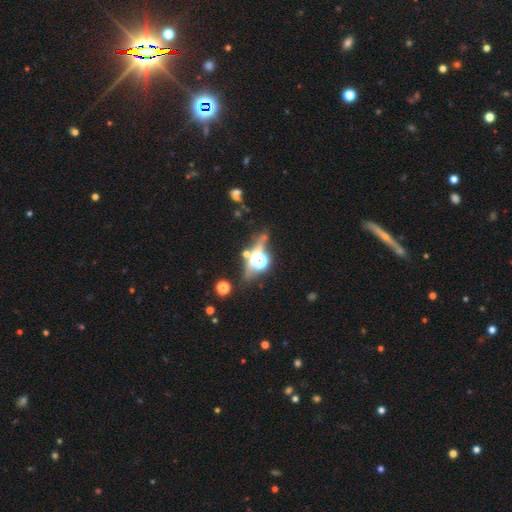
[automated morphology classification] smooth-or-featured: star or artifact: 50% | smooth: 28% | featured or disk: 21%